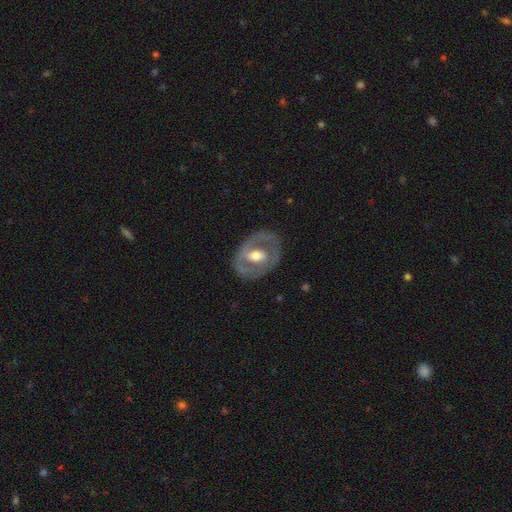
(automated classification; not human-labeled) Overall: featured or disk (66%; smooth 29%). Edge-on disk: no (94%). Bar: no (48%; weak 34%). Spiral arms: no (66%; yes 34%). Bulge size: moderate (68%). Merging: none (73%).